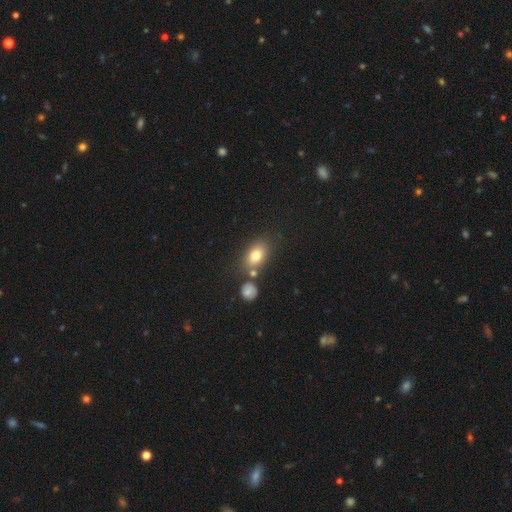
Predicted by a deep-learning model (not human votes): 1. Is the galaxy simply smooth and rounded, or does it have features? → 78% smooth, 12% featured or disk, 10% star or artifact.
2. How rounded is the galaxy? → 80% in between, 18% round, 3% cigar-shaped.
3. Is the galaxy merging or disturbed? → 66% none, 16% merger, 14% minor disturbance, 5% major disturbance.